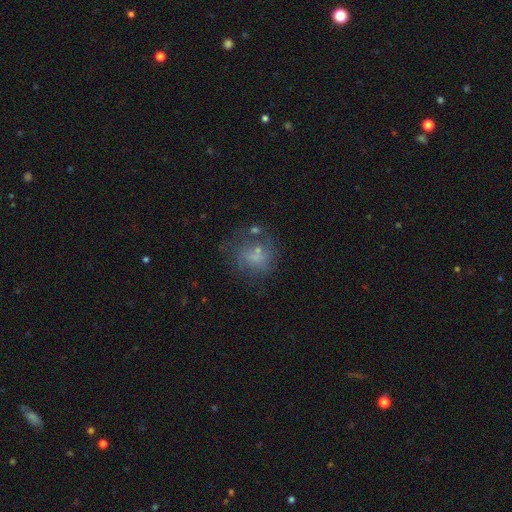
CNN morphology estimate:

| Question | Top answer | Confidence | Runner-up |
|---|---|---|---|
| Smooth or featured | smooth | 47% | featured or disk (37%) |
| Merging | none | 46% | major disturbance (23%) |